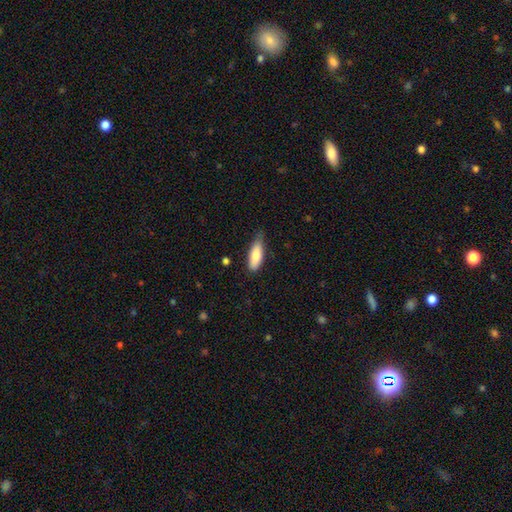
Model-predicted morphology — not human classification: type=smooth (81%); roundness=in between (64%); merging=none (59%).